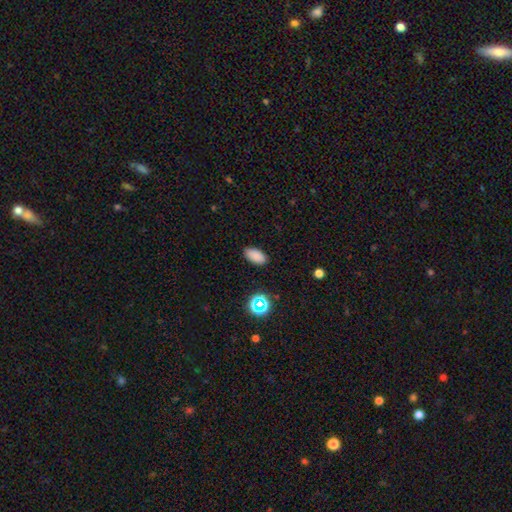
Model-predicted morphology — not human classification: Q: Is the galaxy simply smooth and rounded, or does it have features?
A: smooth — 84%.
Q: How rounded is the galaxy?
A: in between — 92%.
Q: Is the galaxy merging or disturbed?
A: none — 87%.